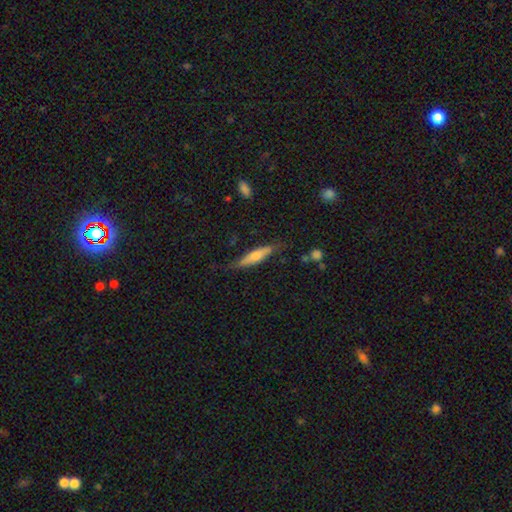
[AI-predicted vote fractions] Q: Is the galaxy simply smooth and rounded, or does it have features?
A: smooth — 47%.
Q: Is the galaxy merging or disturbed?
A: none — 76%.